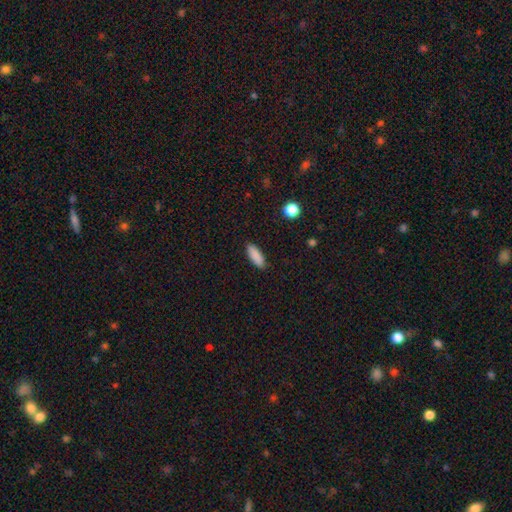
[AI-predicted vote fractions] smooth_or_featured: smooth (p=0.88) [alt: star or artifact p=0.07]
how_rounded: in between (p=0.65) [alt: cigar-shaped p=0.33]
merging: none (p=0.89) [alt: minor disturbance p=0.08]